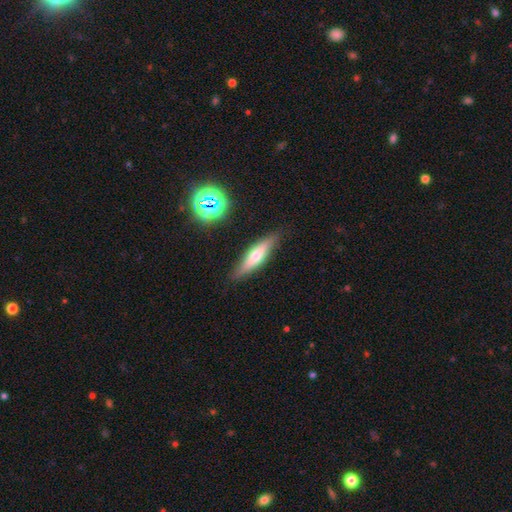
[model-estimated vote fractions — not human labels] This is possibly a smooth galaxy (49%). Merging: clearly none (85%).